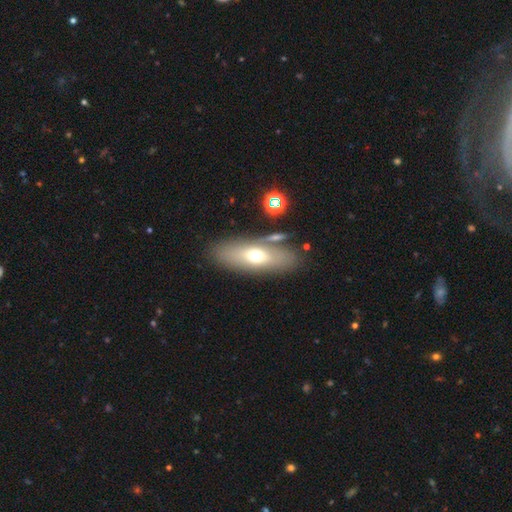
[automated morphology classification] Smooth or featured?
  - smooth: 59% *
  - featured or disk: 32%
  - star or artifact: 9%
How rounded?
  - in between: 70% *
  - cigar-shaped: 26%
  - round: 4%
Merging?
  - none: 74% *
  - minor disturbance: 12%
  - merger: 9%
  - major disturbance: 5%